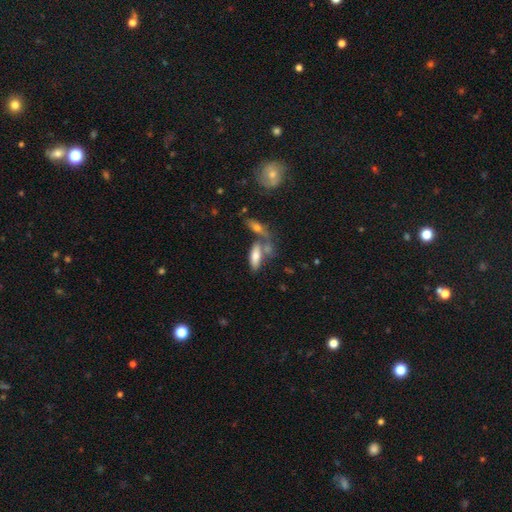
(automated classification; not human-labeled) Q: Smooth or featured?
A: smooth (68%); runner-up: featured or disk (24%)
Q: How rounded?
A: in between (64%); runner-up: cigar-shaped (34%)
Q: Merging?
A: none (45%); runner-up: merger (38%)